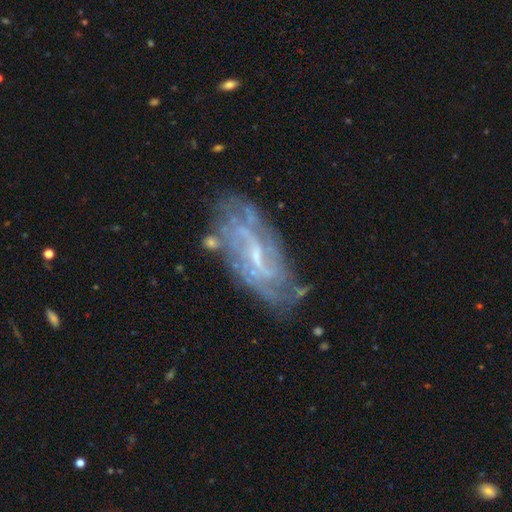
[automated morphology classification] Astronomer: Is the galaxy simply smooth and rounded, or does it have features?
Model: featured or disk — 80%.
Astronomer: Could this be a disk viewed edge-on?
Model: no — 91%.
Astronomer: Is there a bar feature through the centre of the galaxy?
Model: weak — 54%.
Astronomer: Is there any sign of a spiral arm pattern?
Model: yes — 81%.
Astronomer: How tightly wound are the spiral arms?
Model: tight — 44% (runner-up: medium, 36%).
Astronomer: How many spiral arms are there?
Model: can't tell — 53%.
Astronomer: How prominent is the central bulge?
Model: small — 61%.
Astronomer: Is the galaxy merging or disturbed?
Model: none — 66%.